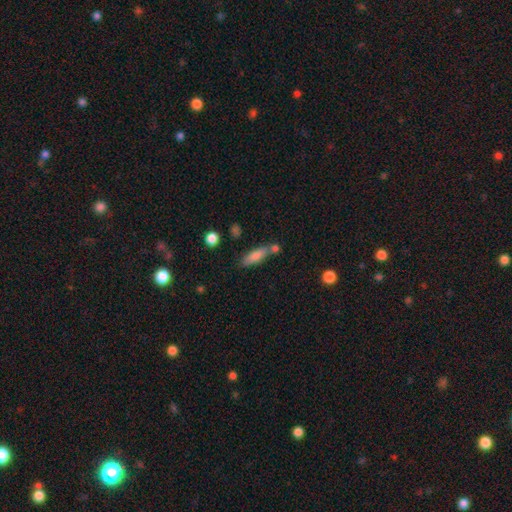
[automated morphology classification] Smooth or featured: smooth — 75% (featured or disk — 17%)
How rounded: cigar-shaped — 58% (in between — 39%)
Merging: none — 59% (merger — 20%)